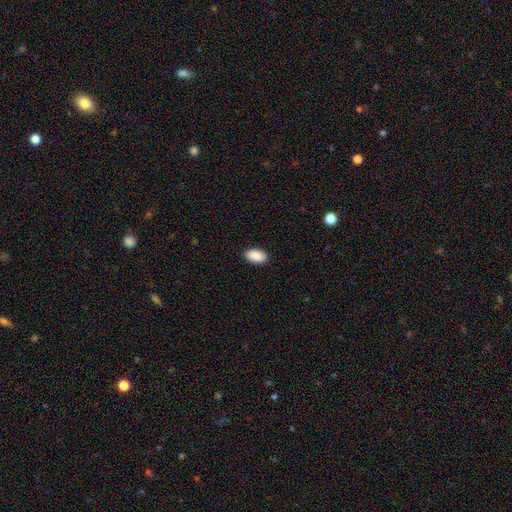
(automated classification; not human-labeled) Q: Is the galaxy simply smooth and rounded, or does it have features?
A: smooth — 91%.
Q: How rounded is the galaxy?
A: in between — 95%.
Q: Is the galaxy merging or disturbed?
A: none — 90%.